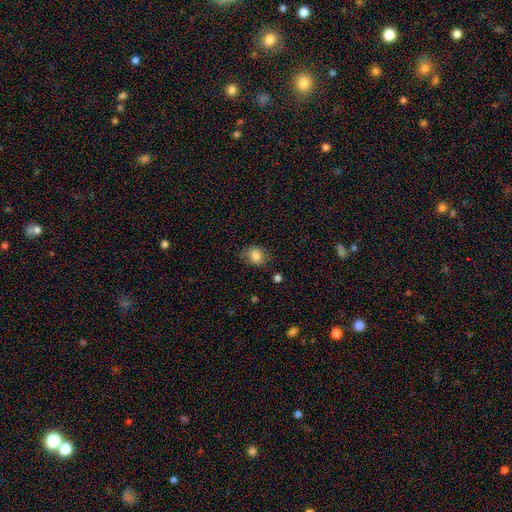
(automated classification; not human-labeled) This appears to be a smooth galaxy with no disk features (84%) that is round (57%). Merging: none (70%).